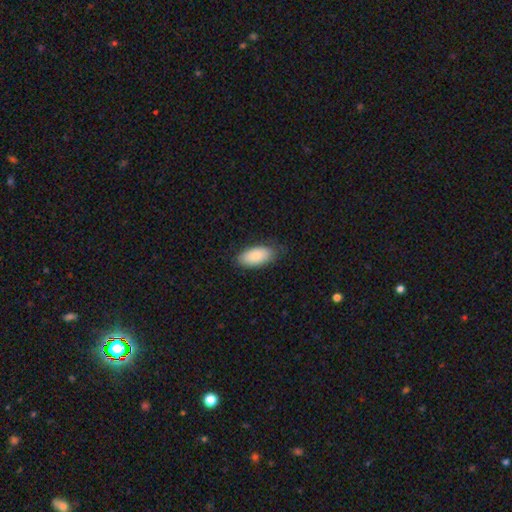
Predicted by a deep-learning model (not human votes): Q: Smooth or featured?
A: smooth (85%); runner-up: featured or disk (9%)
Q: How rounded?
A: in between (94%); runner-up: cigar-shaped (4%)
Q: Merging?
A: none (79%); runner-up: minor disturbance (17%)